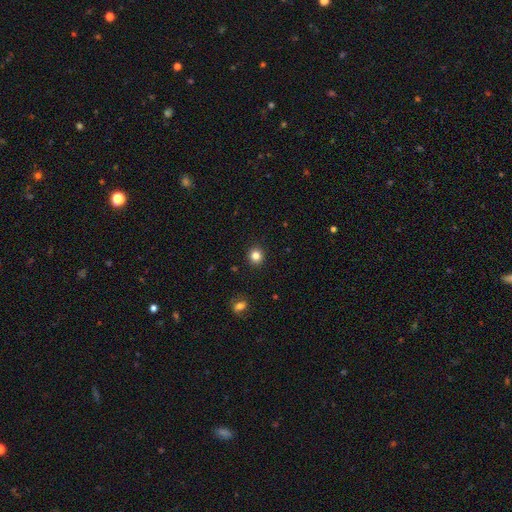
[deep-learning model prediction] The model was most divided on "smooth or featured": smooth: 83%, star or artifact: 12%, featured or disk: 5%. More confident: merging — none (92%); how rounded — round (91%).